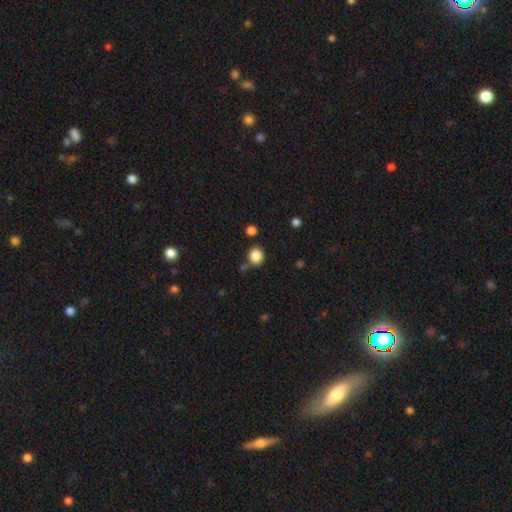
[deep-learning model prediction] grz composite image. It shows a smooth galaxy with no disk features (86%) that is round (73%). Merging: none (77%).